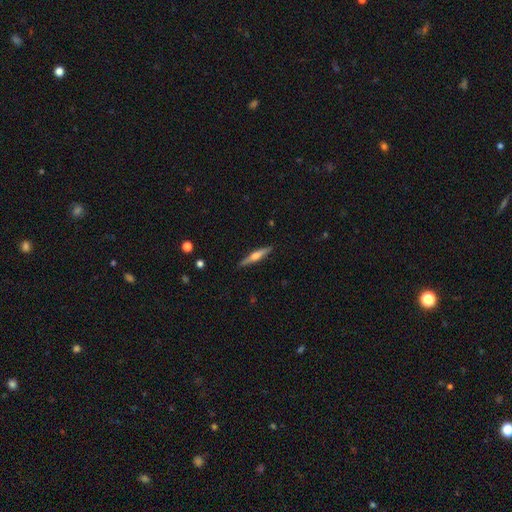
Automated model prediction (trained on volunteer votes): featured or disk 58%, smooth 36%, star or artifact 6%. Down the decision tree: edge-on disk — yes (97%); edge-on bulge — rounded (86%); merging — none (90%).